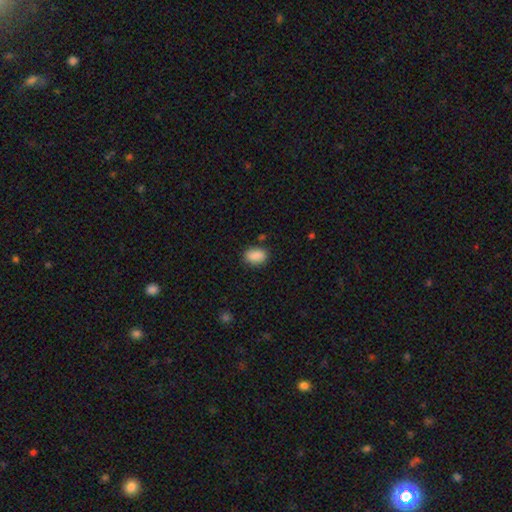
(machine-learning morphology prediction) smooth-or-featured: smooth: 89% | star or artifact: 8% | featured or disk: 4%
  how-rounded: in between: 82% | round: 16% | cigar-shaped: 2%
  merging: none: 82% | minor disturbance: 13% | major disturbance: 3% | merger: 2%